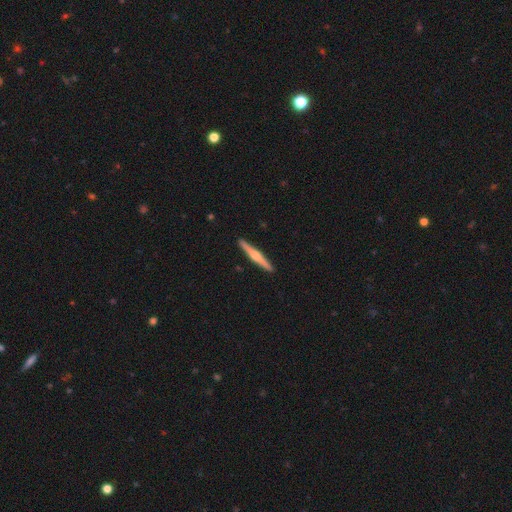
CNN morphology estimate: This appears to be a featured or disk galaxy (61%) viewed edge-on (98%) with a rounded central bulge (78%). Merging: none (92%).